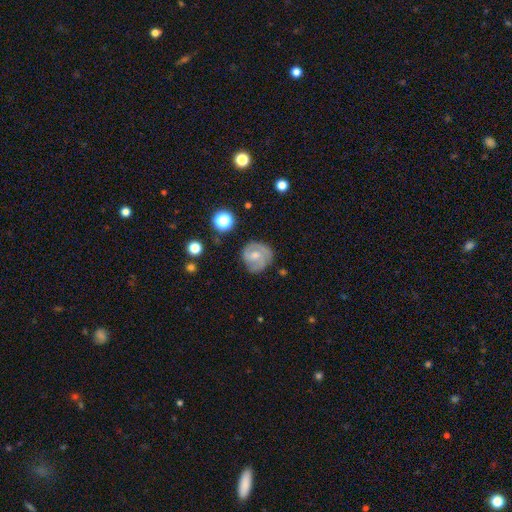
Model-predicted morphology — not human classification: Smooth or featured? Predicted: featured or disk (p=0.57). Edge-on disk? Predicted: no (p=0.97). Bar? Predicted: no (p=0.60). Spiral arms? Predicted: yes (p=0.81). Bulge size? Predicted: moderate (p=0.53). Merging? Predicted: none (p=0.68).